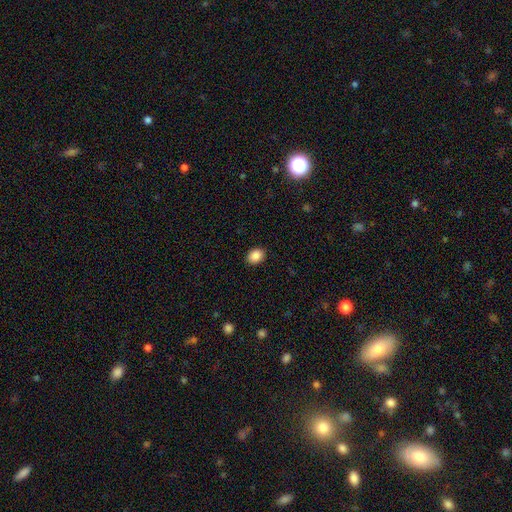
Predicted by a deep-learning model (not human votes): smooth_or_featured: smooth (p=0.89) [alt: star or artifact p=0.08]
how_rounded: in between (p=0.64) [alt: round p=0.35]
merging: none (p=0.91) [alt: minor disturbance p=0.07]